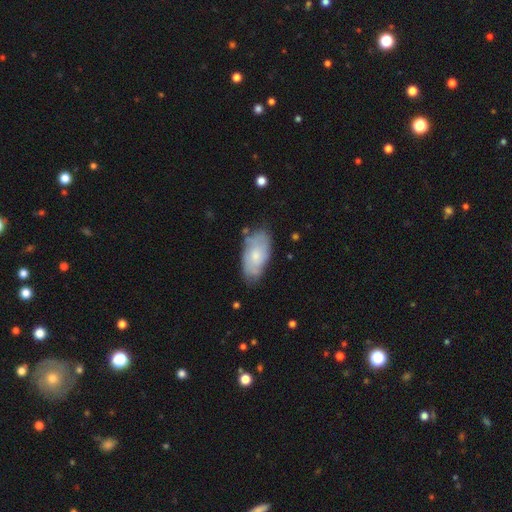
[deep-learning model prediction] A smooth galaxy with no disk features (50%) that is in between round and cigar-shaped (92%).

Vote fractions:
- Smooth or featured? smooth: 50% / featured or disk: 43% / star or artifact: 6%
- How rounded? in between: 92% / cigar-shaped: 5% / round: 3%
- Merging? none: 67% / minor disturbance: 24% / major disturbance: 6% / merger: 3%